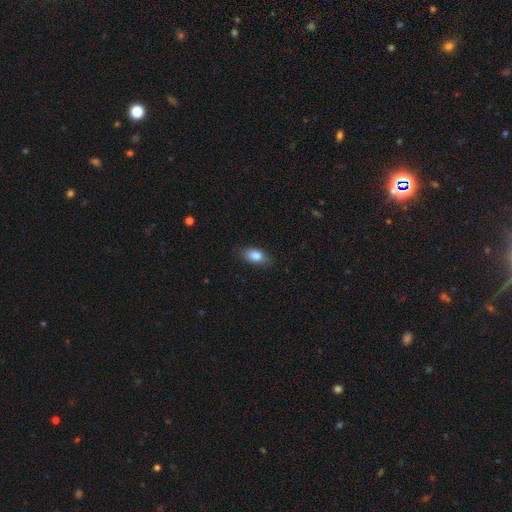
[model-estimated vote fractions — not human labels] A smooth galaxy with no disk features (84%) that is in between round and cigar-shaped (87%).

Vote fractions:
- Smooth or featured? smooth: 84% / featured or disk: 8% / star or artifact: 8%
- How rounded? in between: 87% / round: 8% / cigar-shaped: 5%
- Merging? none: 83% / minor disturbance: 13% / major disturbance: 3% / merger: 1%